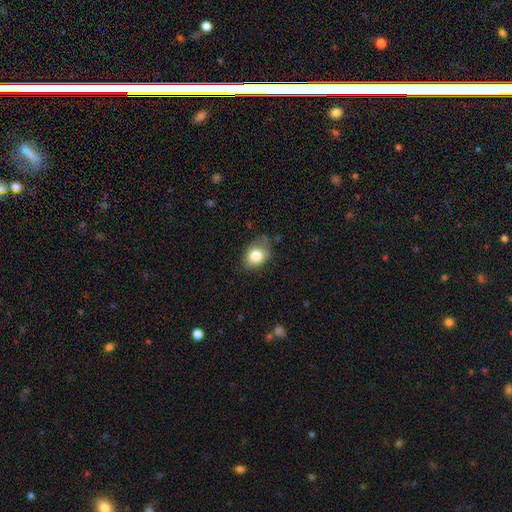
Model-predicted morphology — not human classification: type=smooth (80%); roundness=in between (62%); merging=none (65%).